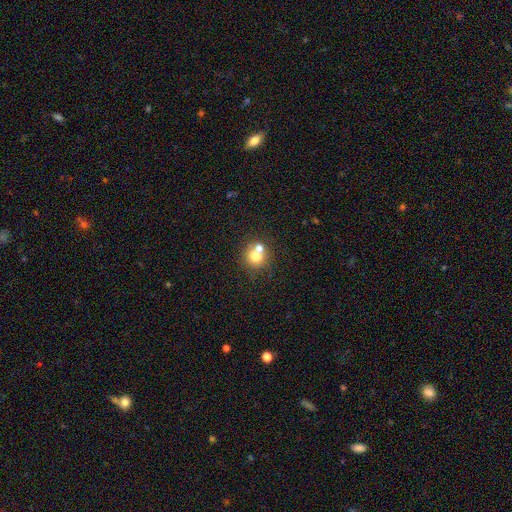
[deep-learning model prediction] This is likely a smooth galaxy (71%). How rounded: clearly round (88%). Merging: possibly none (50%).